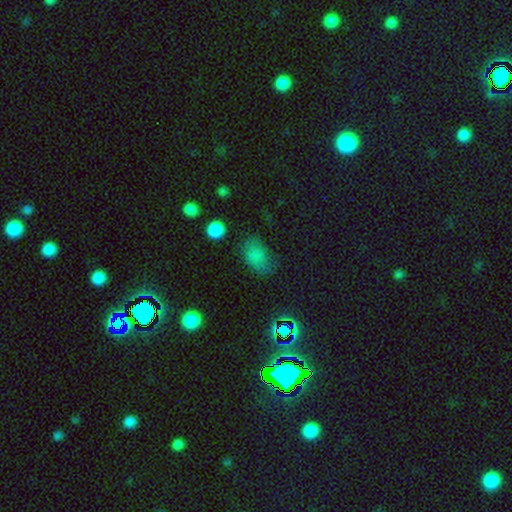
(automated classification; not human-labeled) Smooth or featured: smooth — 71% (star or artifact — 17%)
How rounded: in between — 83% (round — 15%)
Merging: none — 58% (minor disturbance — 27%)